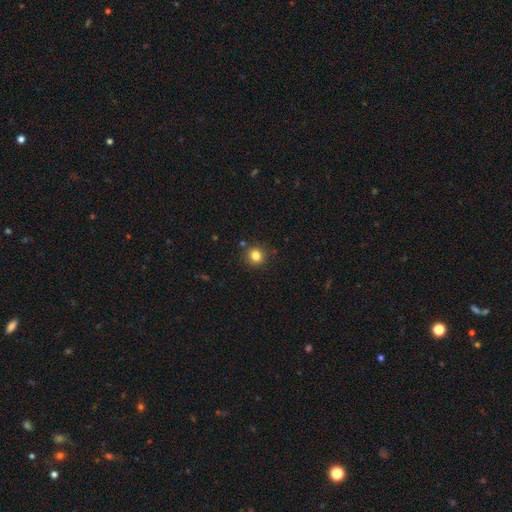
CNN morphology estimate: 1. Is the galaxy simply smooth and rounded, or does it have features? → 82% smooth, 12% star or artifact, 6% featured or disk.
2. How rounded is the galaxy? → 86% round, 13% in between, 1% cigar-shaped.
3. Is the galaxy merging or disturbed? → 87% none, 8% minor disturbance, 3% merger, 2% major disturbance.